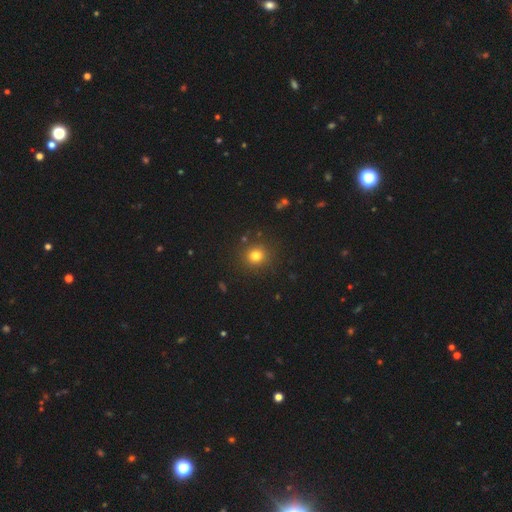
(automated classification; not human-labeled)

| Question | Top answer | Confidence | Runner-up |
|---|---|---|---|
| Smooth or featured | smooth | 78% | star or artifact (16%) |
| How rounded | round | 90% | in between (9%) |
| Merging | none | 88% | minor disturbance (7%) |